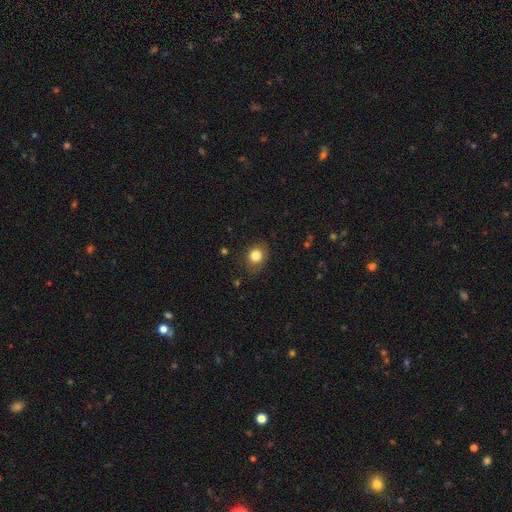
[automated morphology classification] Smooth or featured? smooth (81%)
How rounded? round (69%)
Merging? none (82%)